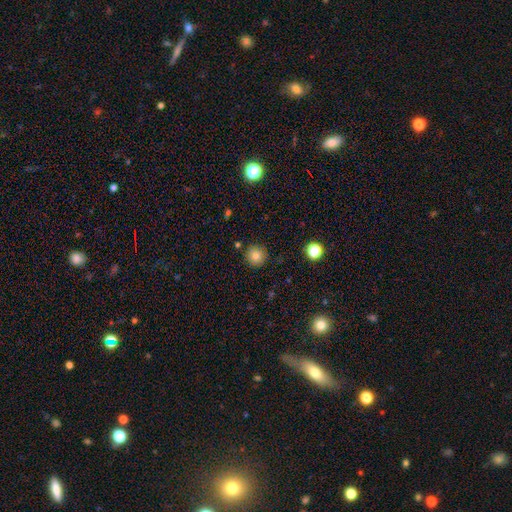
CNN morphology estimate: This appears to be a smooth galaxy with no disk features (81%) that is round (93%). Merging: none (87%).